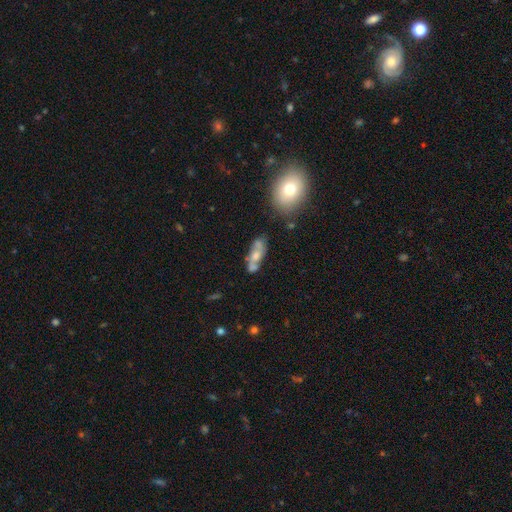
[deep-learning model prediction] smooth-or-featured: featured or disk: 47% | smooth: 43% | star or artifact: 9%
  merging: none: 49% | merger: 23% | minor disturbance: 19% | major disturbance: 9%